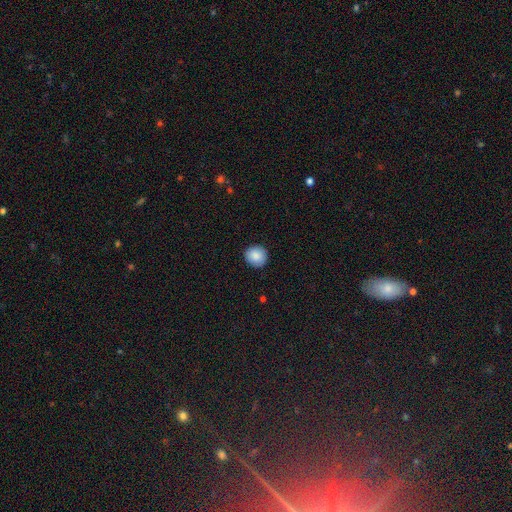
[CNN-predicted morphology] type=smooth (88%); roundness=round (91%); merging=none (91%).